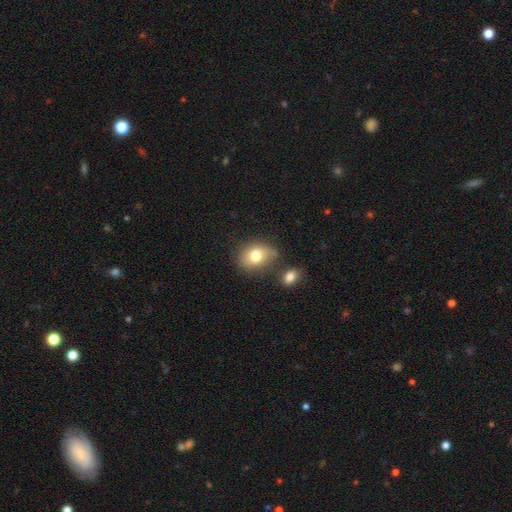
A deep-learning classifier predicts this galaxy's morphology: Smooth or featured? smooth (77%)
How rounded? in between (56%)
Merging? none (61%)